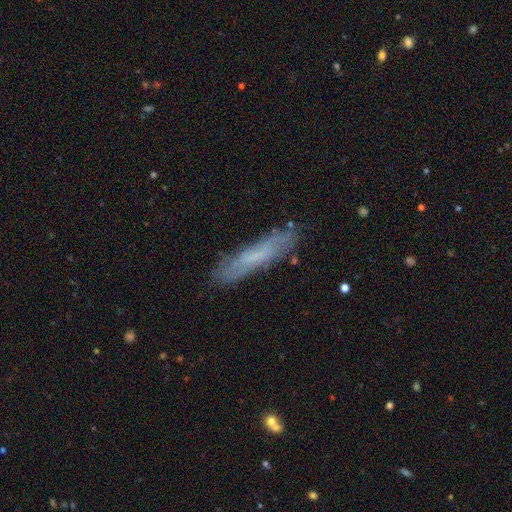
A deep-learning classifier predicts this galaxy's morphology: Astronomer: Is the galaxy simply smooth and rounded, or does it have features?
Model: smooth — 51% (runner-up: featured or disk, 40%).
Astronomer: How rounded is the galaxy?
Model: cigar-shaped — 87%.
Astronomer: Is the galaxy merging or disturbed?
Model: none — 80%.